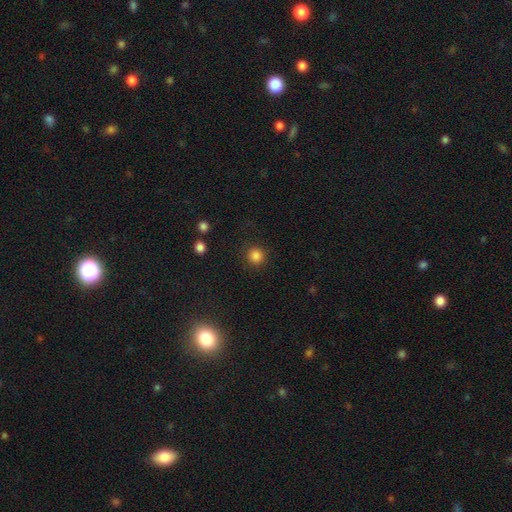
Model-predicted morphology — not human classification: Overall: smooth (85%). How rounded: round (93%). Merging: none (90%).